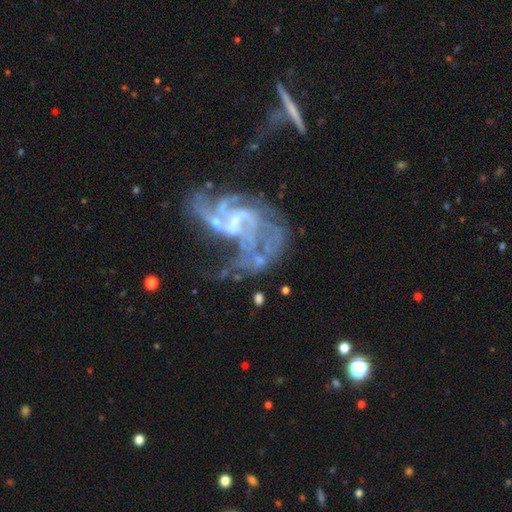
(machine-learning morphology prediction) type=featured or disk (82%); edge-on=no (97%); bar=weak (45%); spiral arms=yes (86%); winding=loose (45%); arm count=2 (45%); bulge=small (42%); merging=major disturbance (39%).